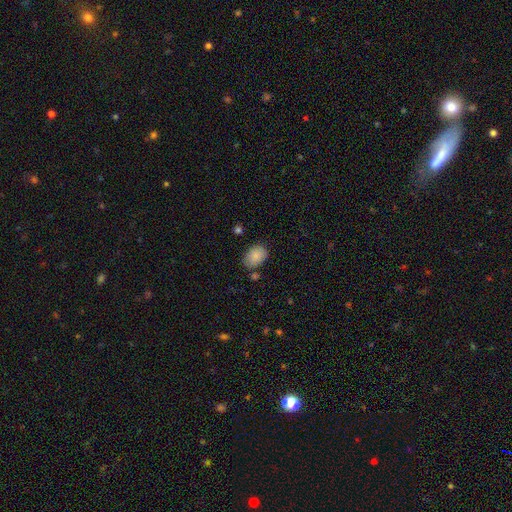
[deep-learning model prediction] Smooth or featured? Predicted: smooth (p=0.87). How rounded? Predicted: in between (p=0.82). Merging? Predicted: none (p=0.73).